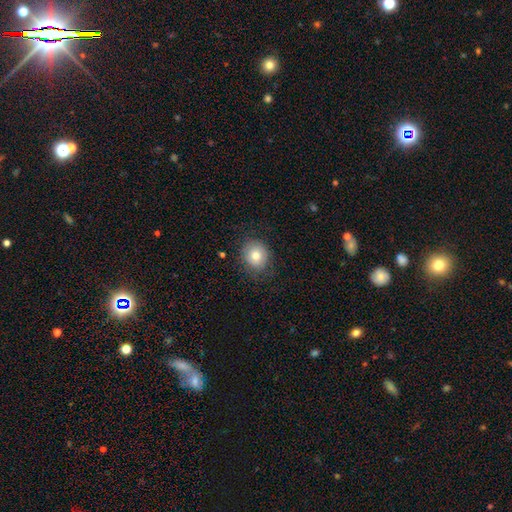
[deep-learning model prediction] A smooth galaxy with no disk features (75%) that is round (77%). Merging: none (80%).